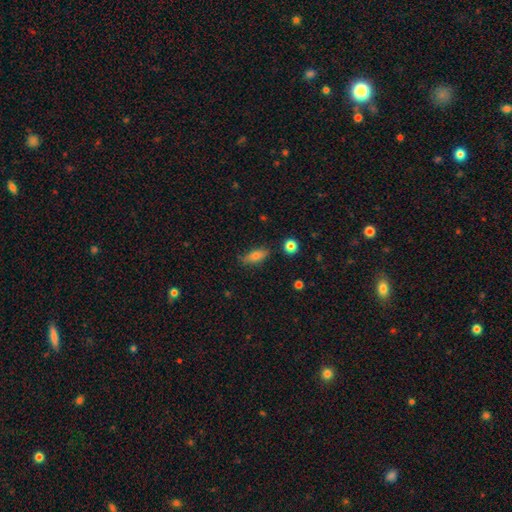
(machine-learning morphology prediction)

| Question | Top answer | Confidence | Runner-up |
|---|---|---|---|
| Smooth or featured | smooth | 75% | featured or disk (17%) |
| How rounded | in between | 72% | cigar-shaped (23%) |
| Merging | none | 77% | minor disturbance (17%) |